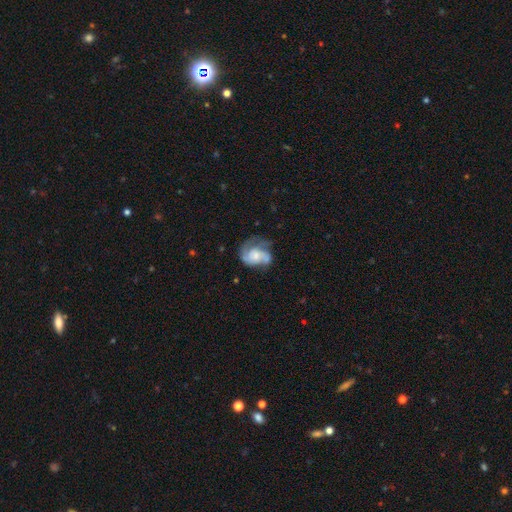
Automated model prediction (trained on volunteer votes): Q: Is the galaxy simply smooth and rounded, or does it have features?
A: featured or disk — 70%.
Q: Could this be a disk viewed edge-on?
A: no — 98%.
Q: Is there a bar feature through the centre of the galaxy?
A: no — 73%.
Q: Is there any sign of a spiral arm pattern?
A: yes — 88%.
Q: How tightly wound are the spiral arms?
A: medium — 45%.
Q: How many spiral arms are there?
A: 2 — 43%.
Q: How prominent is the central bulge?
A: small — 41%.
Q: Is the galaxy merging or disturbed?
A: none — 42%.